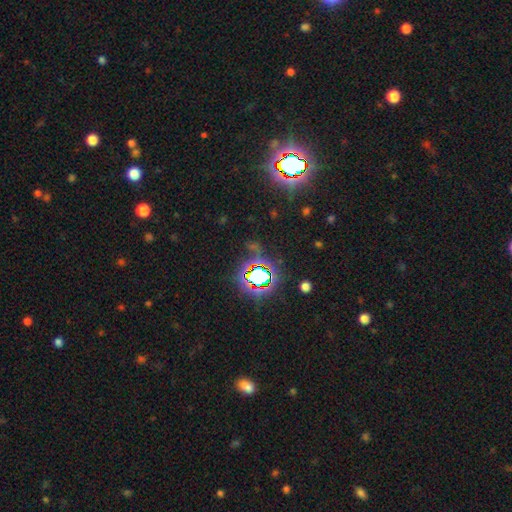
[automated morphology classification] smooth-or-featured: star or artifact: 82% | smooth: 11% | featured or disk: 8%